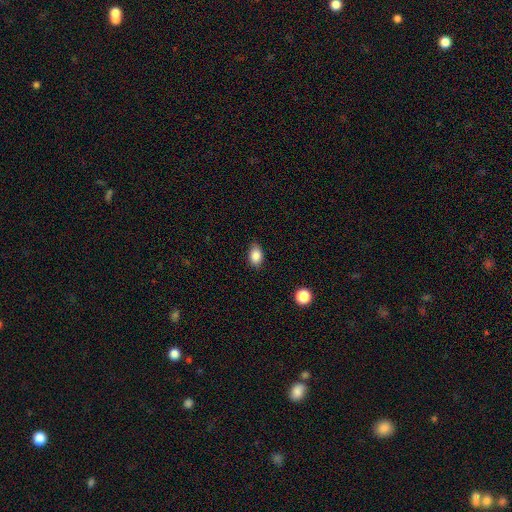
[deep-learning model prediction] The model was most divided on "merging": none: 80%, minor disturbance: 16%, major disturbance: 3%, merger: 1%. More confident: smooth or featured — smooth (87%); how rounded — in between (84%).